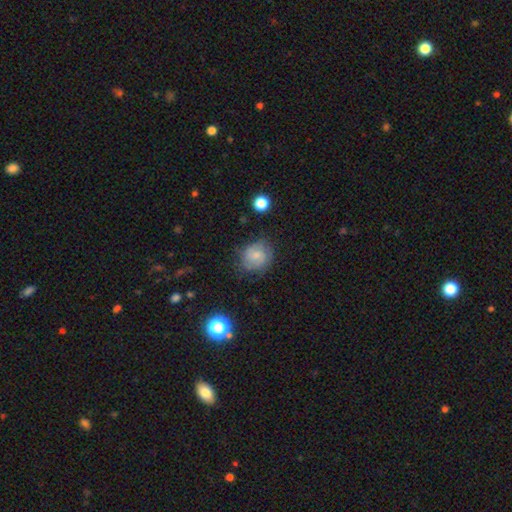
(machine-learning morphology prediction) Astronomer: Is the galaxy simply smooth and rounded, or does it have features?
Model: featured or disk — 47% (runner-up: smooth, 44%).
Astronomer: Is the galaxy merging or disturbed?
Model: none — 69%.